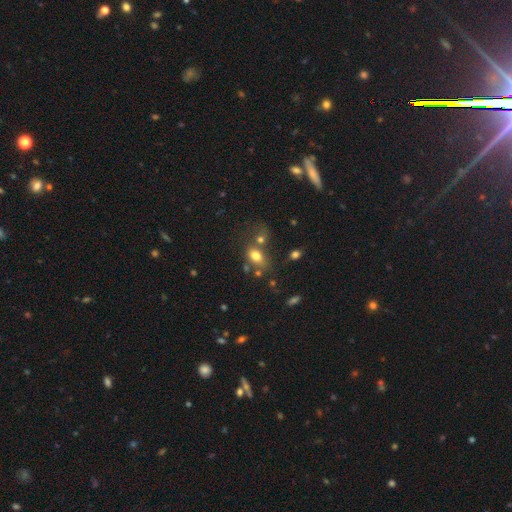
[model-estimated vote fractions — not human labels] A smooth galaxy with no disk features (75%) that is in between round and cigar-shaped (79%).

Vote fractions:
- Smooth or featured? smooth: 75% / featured or disk: 13% / star or artifact: 12%
- How rounded? in between: 79% / round: 18% / cigar-shaped: 2%
- Merging? none: 41% / merger: 33% / minor disturbance: 16% / major disturbance: 10%